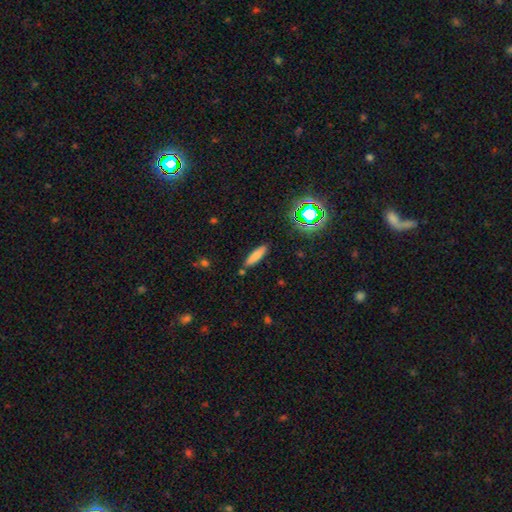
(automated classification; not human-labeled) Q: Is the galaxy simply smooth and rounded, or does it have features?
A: smooth — 76%.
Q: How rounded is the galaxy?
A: cigar-shaped — 73%.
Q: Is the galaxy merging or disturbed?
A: none — 85%.